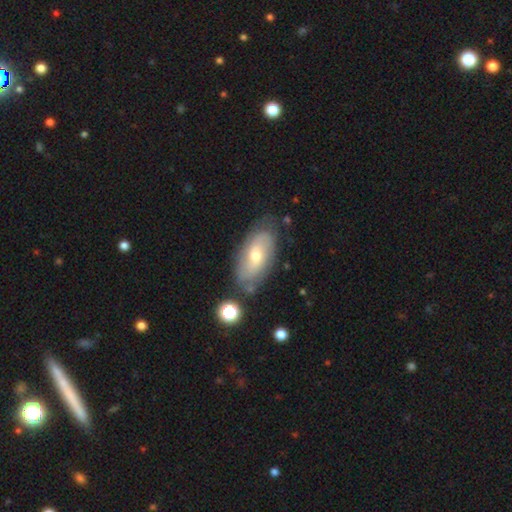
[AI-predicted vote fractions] featured or disk 57%, smooth 35%, star or artifact 8%. Down the decision tree: edge-on disk — no (88%); bar — no (64%); spiral arms — yes (72%); bulge size — moderate (53%); merging — none (72%).